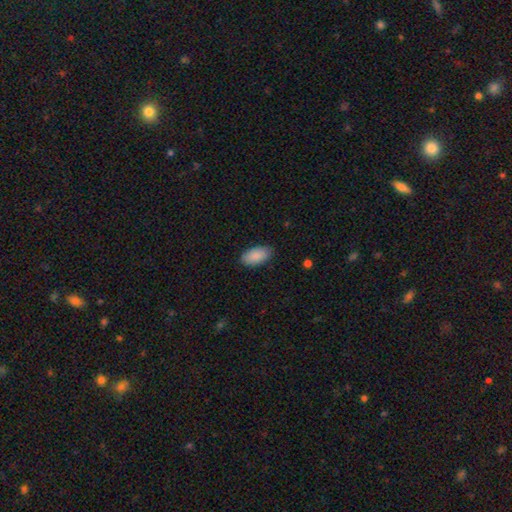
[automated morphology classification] This is clearly a smooth galaxy (90%). How rounded: clearly in between (95%). Merging: clearly none (85%).